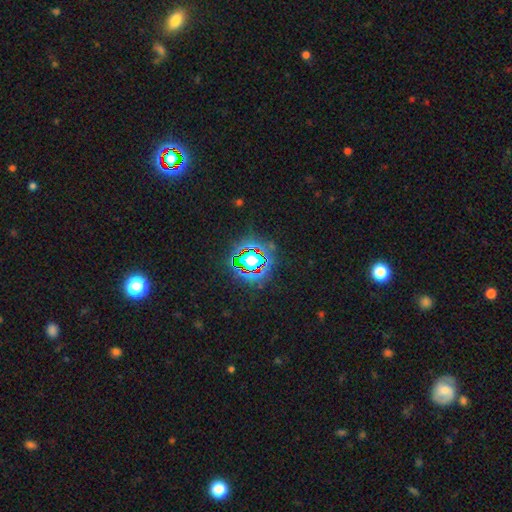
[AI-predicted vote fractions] A star or artifact, not a galaxy (79%).